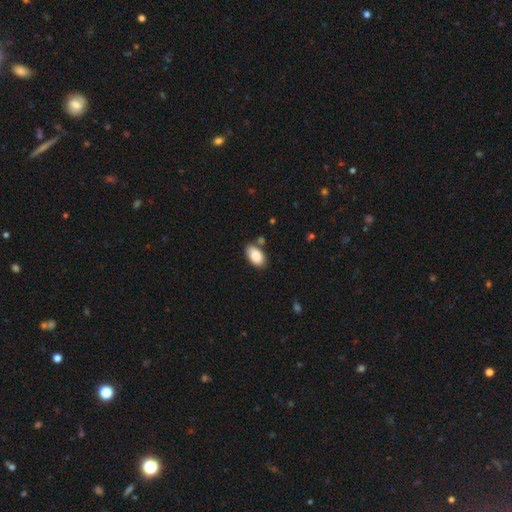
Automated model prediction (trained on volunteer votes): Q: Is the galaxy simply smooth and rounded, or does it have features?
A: smooth — 89%.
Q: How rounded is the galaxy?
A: in between — 94%.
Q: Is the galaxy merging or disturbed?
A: none — 72%.